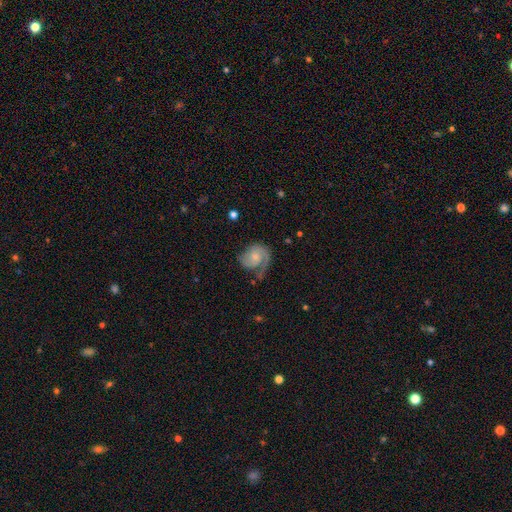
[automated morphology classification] Smooth or featured: featured or disk — 80% (smooth — 14%)
Edge-on disk: no — 98% (yes — 2%)
Bar: no — 66% (weak — 30%)
Spiral arms: yes — 96% (no — 4%)
Spiral winding: medium — 43% (tight — 39%)
Spiral arm count: 2 — 55% (1 — 34%)
Bulge size: small — 50% (moderate — 35%)
Merging: none — 55% (minor disturbance — 23%)